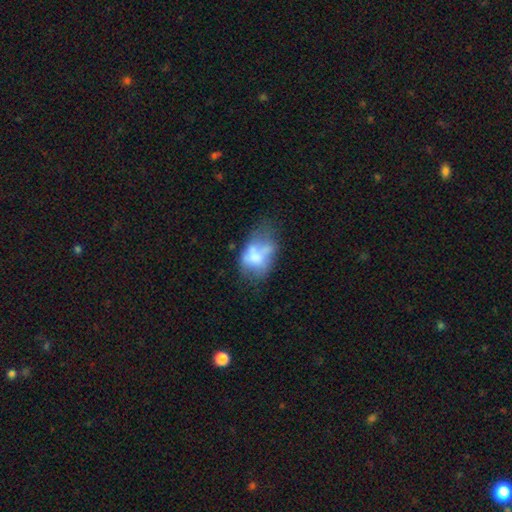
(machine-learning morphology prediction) type=smooth (52%); roundness=in between (77%); merging=major disturbance (32%).